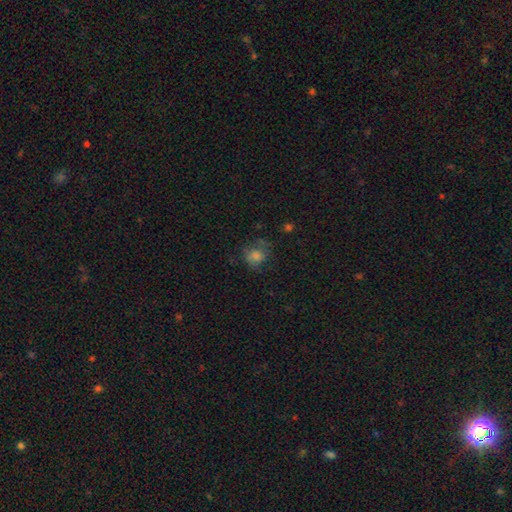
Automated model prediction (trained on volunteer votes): Smooth or featured: smooth — 62% (featured or disk — 20%)
How rounded: round — 71% (in between — 28%)
Merging: none — 58% (minor disturbance — 23%)